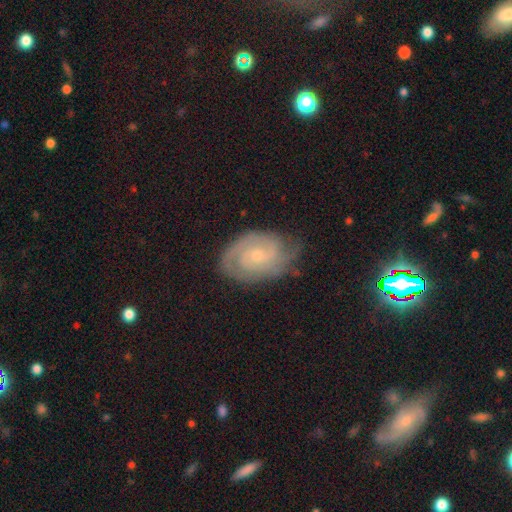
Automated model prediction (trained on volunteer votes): This is clearly a featured or disk galaxy (82%). It is clearly not viewed edge-on (97%). Bar: likely no (62%). Spiral arm pattern: clearly yes (95%). Spiral arm count: possibly 2 (53%). Spiral winding: likely tight (65%). Central bulge: likely small (66%). Merging: likely none (72%).